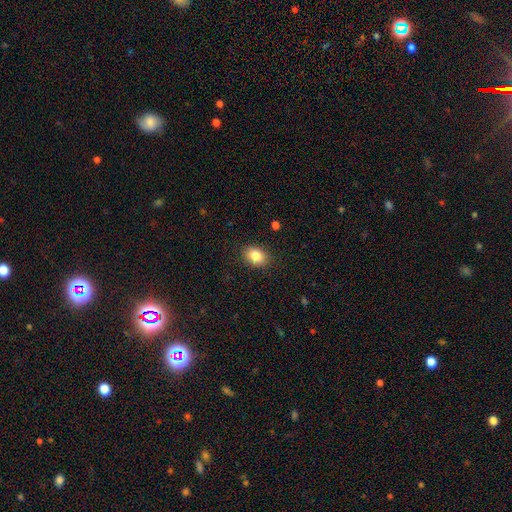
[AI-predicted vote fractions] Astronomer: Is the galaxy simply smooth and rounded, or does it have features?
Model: smooth — 84%.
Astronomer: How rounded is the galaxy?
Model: in between — 66%.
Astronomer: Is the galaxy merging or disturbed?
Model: none — 88%.